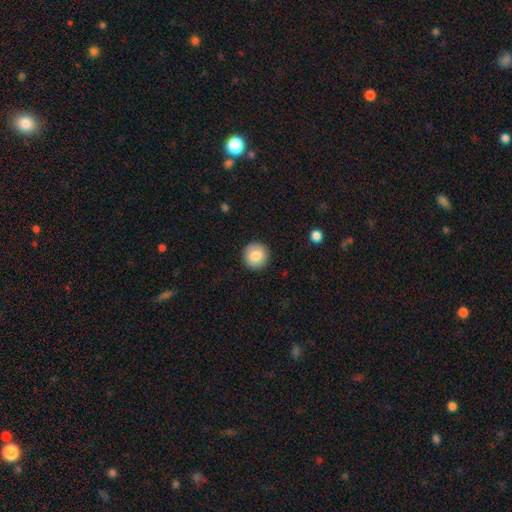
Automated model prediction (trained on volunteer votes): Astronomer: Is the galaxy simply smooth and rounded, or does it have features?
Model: smooth — 82%.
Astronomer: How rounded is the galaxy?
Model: round — 94%.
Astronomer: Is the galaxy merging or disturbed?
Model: none — 91%.